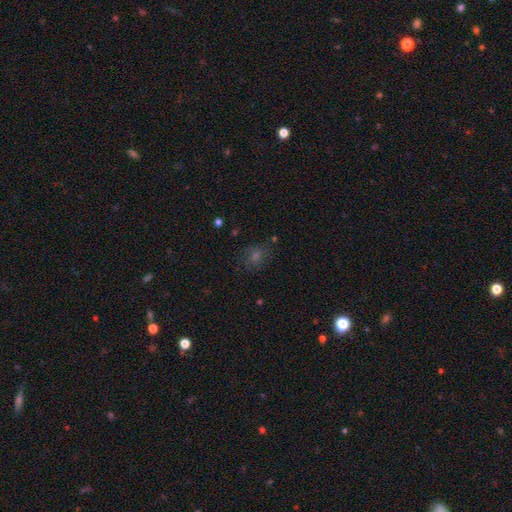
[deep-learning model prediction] smooth 50%, star or artifact 34%, featured or disk 15%. Down the decision tree: how rounded — round (69%); merging — none (79%).